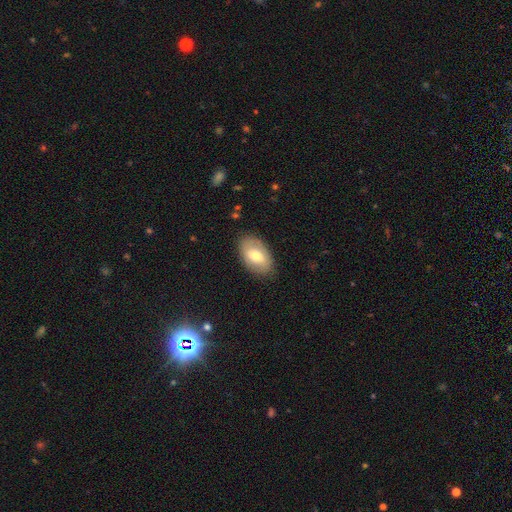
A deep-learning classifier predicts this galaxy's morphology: smooth_or_featured: smooth (p=0.66) [alt: featured or disk p=0.27]
how_rounded: in between (p=0.92) [alt: round p=0.06]
merging: none (p=0.84) [alt: minor disturbance p=0.12]